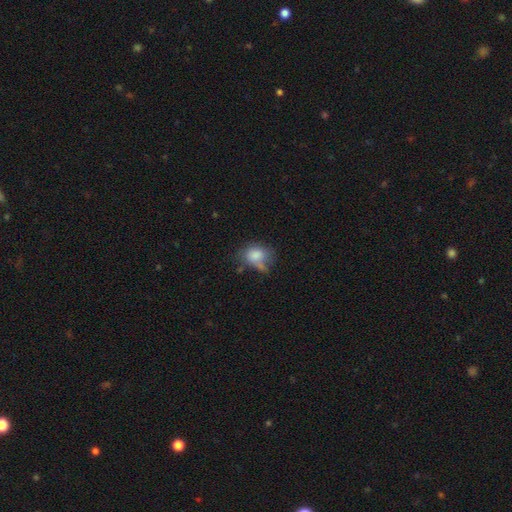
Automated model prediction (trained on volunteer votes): A smooth galaxy with no disk features (78%) that is in between round and cigar-shaped (61%).

Vote fractions:
- Smooth or featured? smooth: 78% / featured or disk: 12% / star or artifact: 10%
- How rounded? in between: 61% / round: 38% / cigar-shaped: 1%
- Merging? none: 38% / minor disturbance: 29% / major disturbance: 18% / merger: 15%